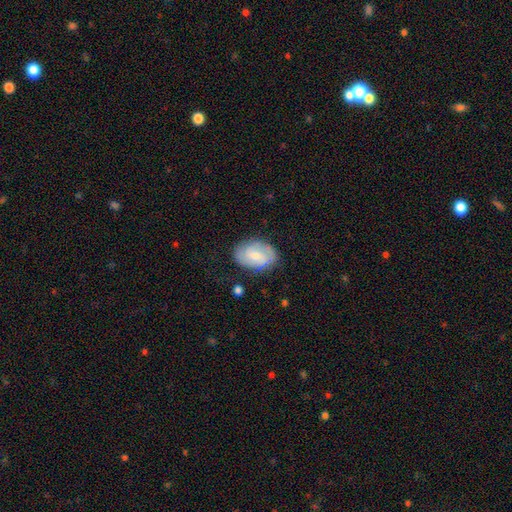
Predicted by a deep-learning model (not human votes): Morphology: type=featured or disk (50%); edge-on=no (96%); merging=none (78%).